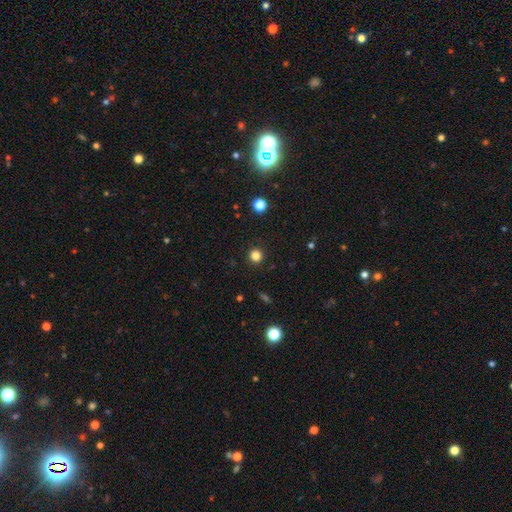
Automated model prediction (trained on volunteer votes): This appears to be a smooth galaxy with no disk features (82%) that is round (94%). Merging: none (92%).